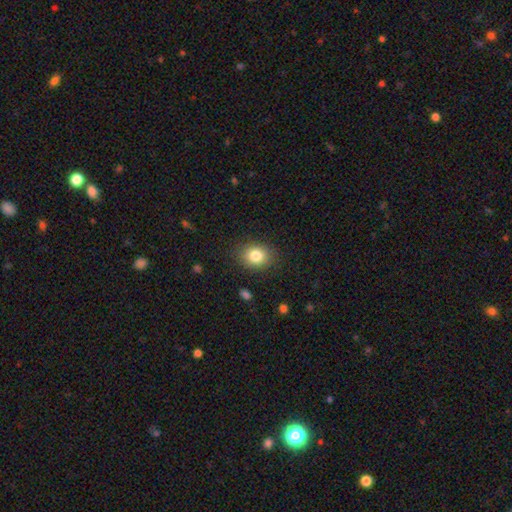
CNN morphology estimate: Q: Smooth or featured?
A: smooth (82%); runner-up: star or artifact (10%)
Q: How rounded?
A: round (54%); runner-up: in between (45%)
Q: Merging?
A: none (87%); runner-up: minor disturbance (9%)